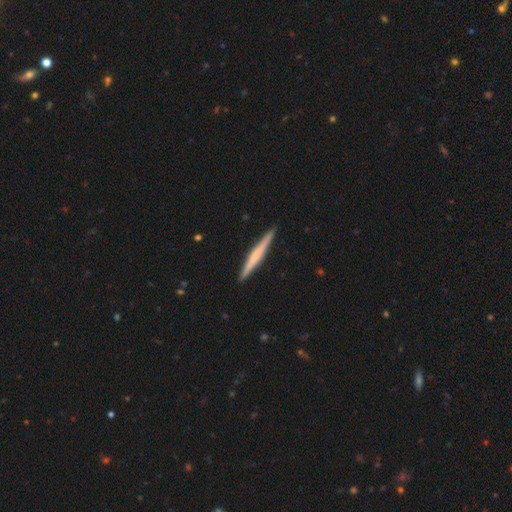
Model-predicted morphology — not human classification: smooth-or-featured: featured or disk: 52% | smooth: 43% | star or artifact: 5%
  disk-edge-on: yes: 98% | no: 2%
    edge-on-bulge: none: 55% | rounded: 30% | boxy: 15%
  merging: none: 92% | minor disturbance: 6% | major disturbance: 1% | merger: 1%